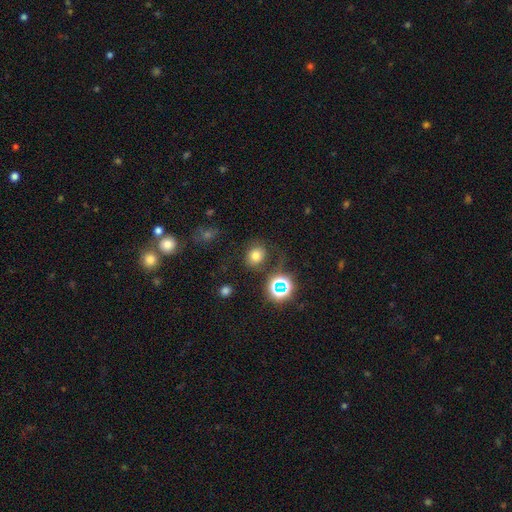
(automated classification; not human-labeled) smooth_or_featured: smooth (p=0.70) [alt: star or artifact p=0.20]
how_rounded: round (p=0.60) [alt: in between p=0.39]
merging: none (p=0.74) [alt: minor disturbance p=0.15]